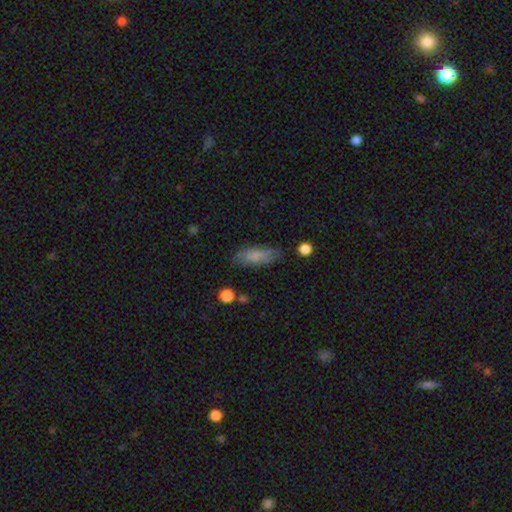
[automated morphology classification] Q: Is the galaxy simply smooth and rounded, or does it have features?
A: smooth — 78%.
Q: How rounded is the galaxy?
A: in between — 71%.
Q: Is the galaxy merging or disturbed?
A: none — 75%.